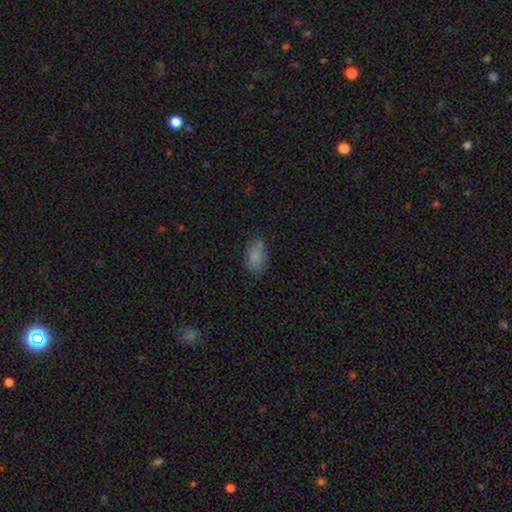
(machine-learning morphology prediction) A smooth galaxy with no disk features (81%) that is in between round and cigar-shaped (87%). Merging: none (69%).